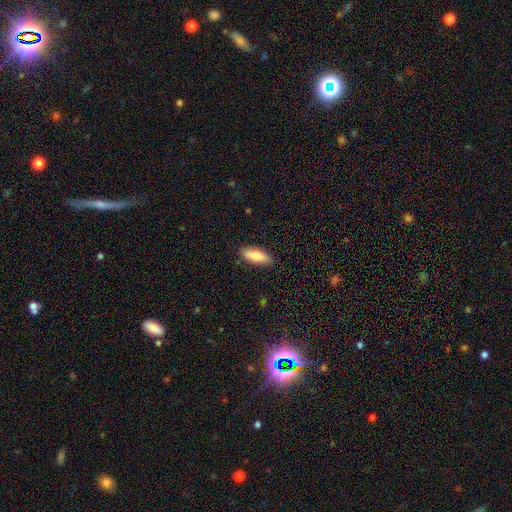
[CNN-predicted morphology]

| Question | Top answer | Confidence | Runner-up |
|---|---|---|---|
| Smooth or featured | smooth | 82% | featured or disk (12%) |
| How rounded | in between | 64% | cigar-shaped (34%) |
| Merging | none | 86% | minor disturbance (11%) |